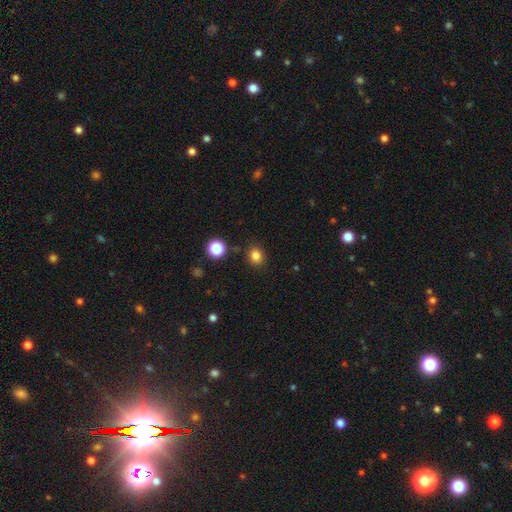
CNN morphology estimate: Q: Smooth or featured?
A: smooth (82%); runner-up: star or artifact (13%)
Q: How rounded?
A: round (68%); runner-up: in between (31%)
Q: Merging?
A: none (86%); runner-up: minor disturbance (9%)